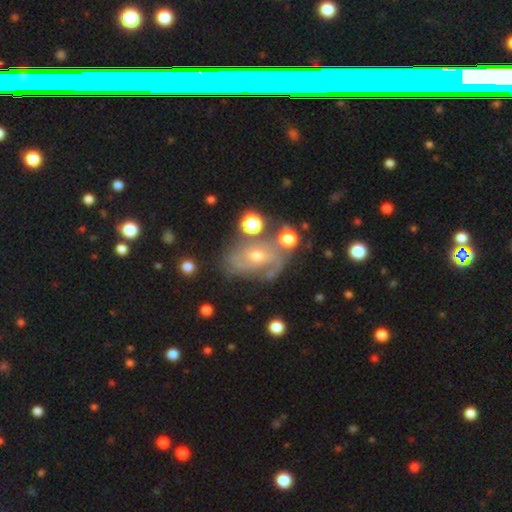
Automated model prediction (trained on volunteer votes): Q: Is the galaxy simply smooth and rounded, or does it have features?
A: featured or disk — 71%.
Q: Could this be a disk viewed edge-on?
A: no — 95%.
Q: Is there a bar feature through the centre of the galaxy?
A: no — 60%.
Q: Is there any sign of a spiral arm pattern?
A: yes — 83%.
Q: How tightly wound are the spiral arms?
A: tight — 44%.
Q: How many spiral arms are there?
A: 2 — 38%.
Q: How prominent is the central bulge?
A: small — 52%.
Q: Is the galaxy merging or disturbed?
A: none — 51%.